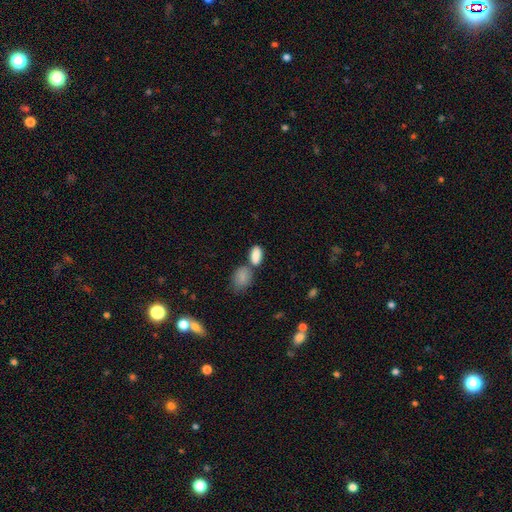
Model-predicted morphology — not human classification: smooth_or_featured: smooth (p=0.87) [alt: star or artifact p=0.07]
how_rounded: in between (p=0.91) [alt: round p=0.05]
merging: none (p=0.48) [alt: merger p=0.35]